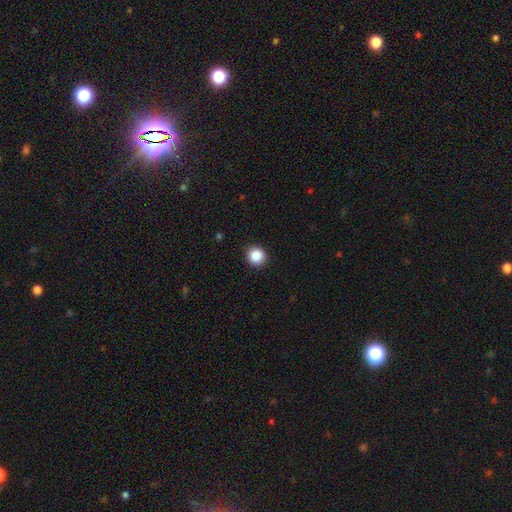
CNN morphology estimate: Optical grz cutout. It shows a smooth galaxy with no disk features (87%) that is round (91%). Merging: none (92%).